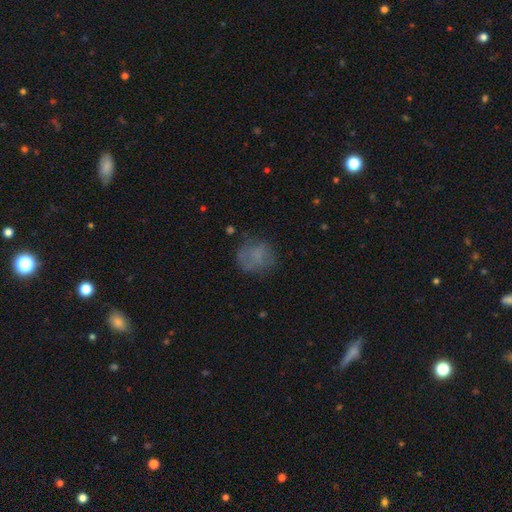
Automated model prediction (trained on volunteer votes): Smooth or featured? Predicted: smooth (p=0.63). How rounded? Predicted: round (p=0.72). Merging? Predicted: none (p=0.61).